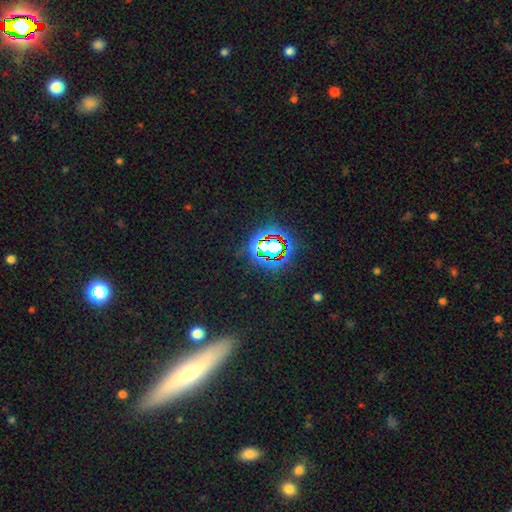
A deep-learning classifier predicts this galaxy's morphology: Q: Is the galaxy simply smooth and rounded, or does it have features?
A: featured or disk — 41%.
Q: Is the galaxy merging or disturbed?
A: none — 85%.